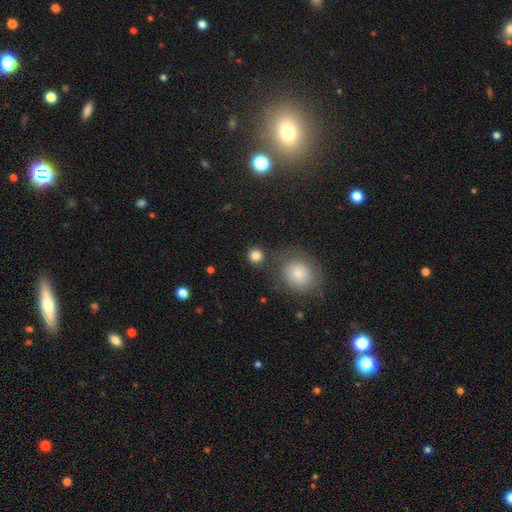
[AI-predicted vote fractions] The model was most divided on "smooth or featured": smooth: 83%, star or artifact: 11%, featured or disk: 5%. More confident: how rounded — round (90%); merging — none (81%).